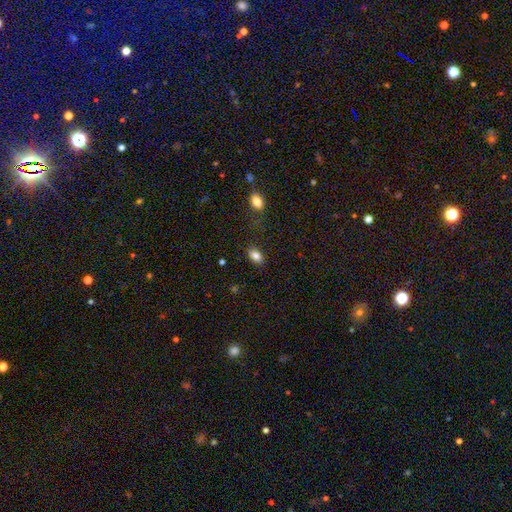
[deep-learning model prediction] This appears to be a smooth galaxy with no disk features (84%) that is in between round and cigar-shaped (85%). Merging: none (82%).